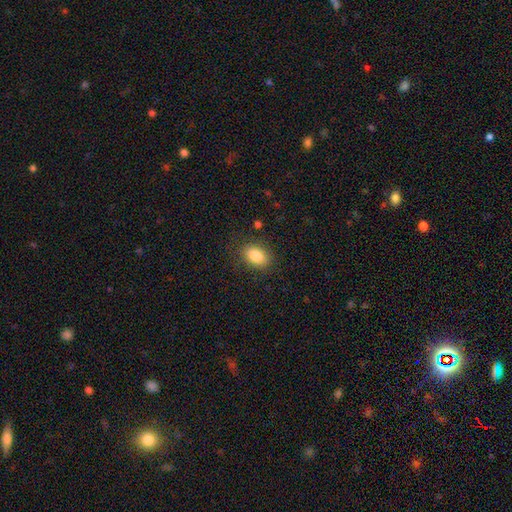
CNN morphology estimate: smooth_or_featured: smooth (p=0.86) [alt: star or artifact p=0.08]
how_rounded: in between (p=0.82) [alt: round p=0.16]
merging: none (p=0.84) [alt: minor disturbance p=0.11]